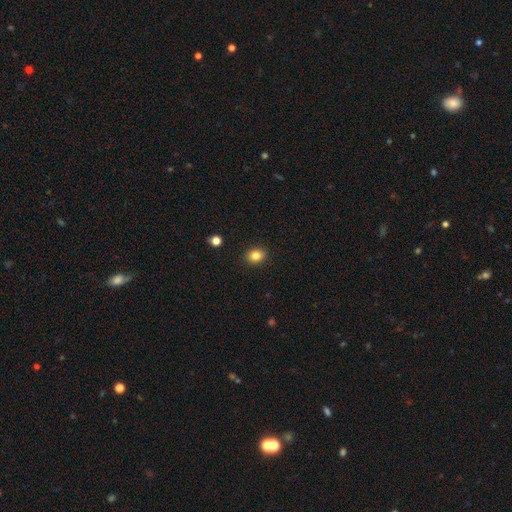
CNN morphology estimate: smooth_or_featured: smooth (p=0.83) [alt: star or artifact p=0.11]
how_rounded: round (p=0.50) [alt: in between p=0.49]
merging: none (p=0.90) [alt: minor disturbance p=0.07]